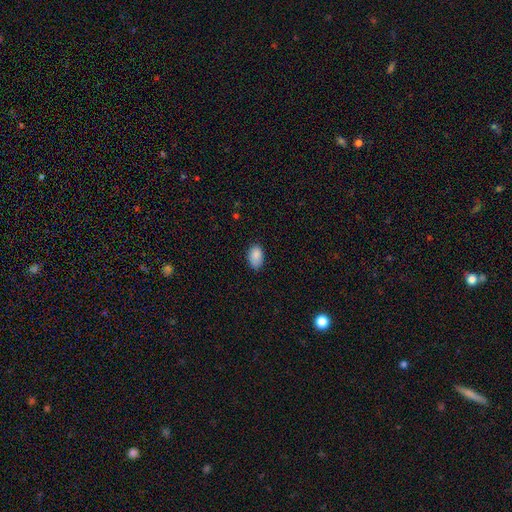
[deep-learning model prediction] Smooth or featured? smooth (88%)
How rounded? in between (91%)
Merging? none (72%)